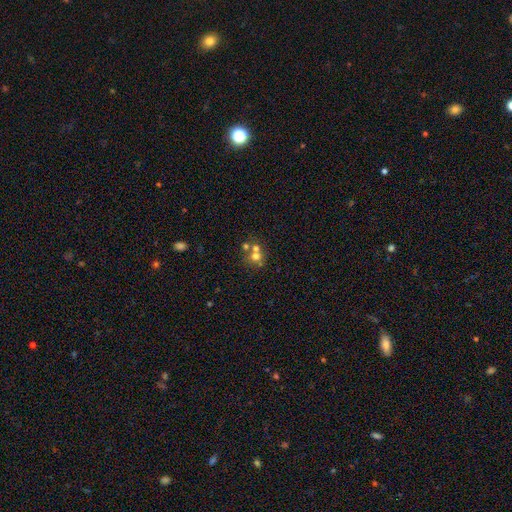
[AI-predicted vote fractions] A smooth galaxy with no disk features (61%) that is round (83%). Merging: merger (50%).